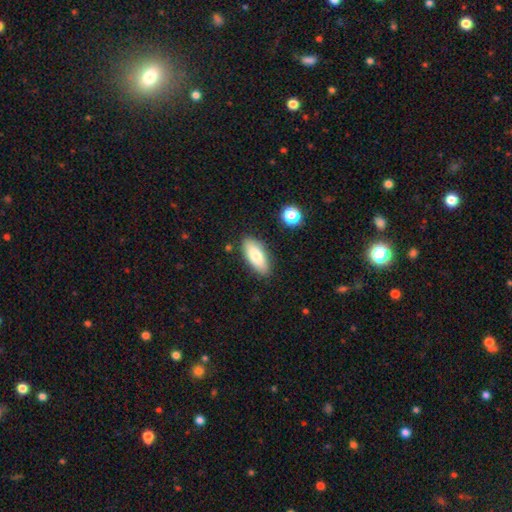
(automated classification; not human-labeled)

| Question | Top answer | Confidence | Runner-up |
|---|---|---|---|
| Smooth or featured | smooth | 75% | featured or disk (18%) |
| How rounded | in between | 78% | cigar-shaped (19%) |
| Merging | none | 85% | minor disturbance (10%) |